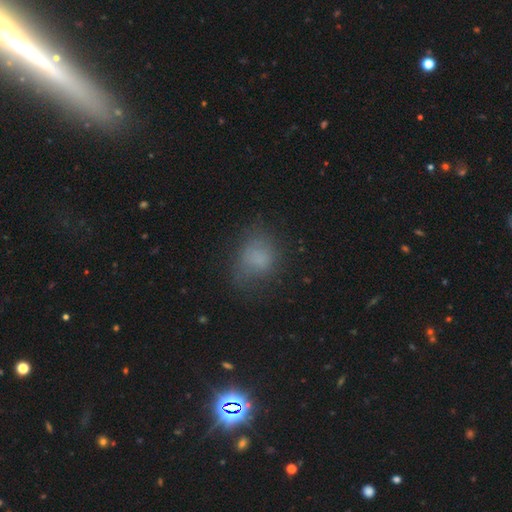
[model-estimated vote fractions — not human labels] Overall: smooth (64%). How rounded: round (53%; in between 45%). Merging: none (66%).